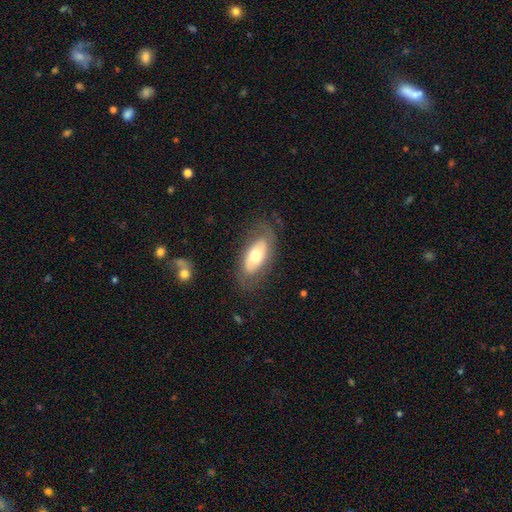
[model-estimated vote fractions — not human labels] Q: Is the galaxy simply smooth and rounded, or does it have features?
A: smooth — 47%, tied with featured or disk.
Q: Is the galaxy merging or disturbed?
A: none — 71%.